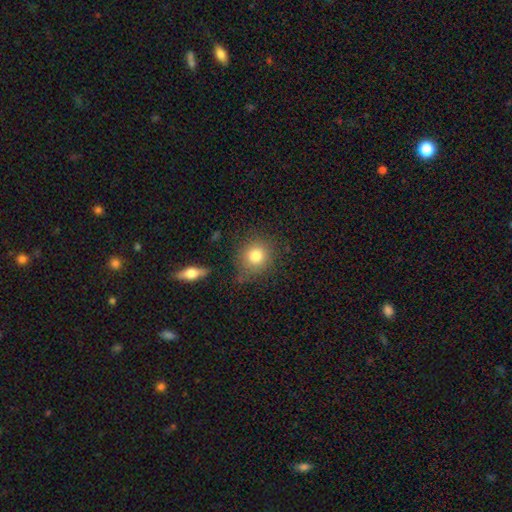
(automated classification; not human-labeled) smooth 79%, star or artifact 11%, featured or disk 10%. Down the decision tree: how rounded — round (87%); merging — none (78%).